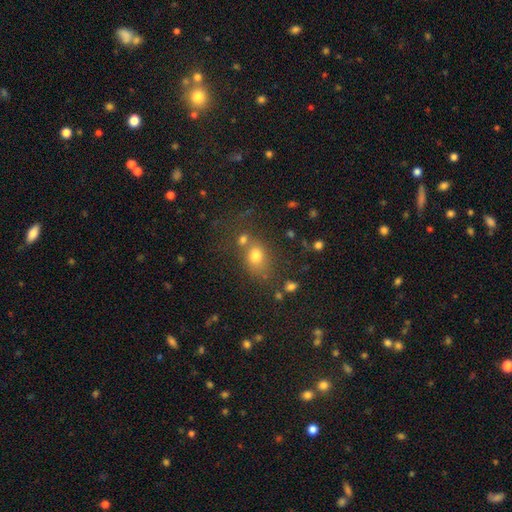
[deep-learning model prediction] Overall: smooth (71%). How rounded: round (51%; in between 48%). Merging: none (51%; merger 27%).